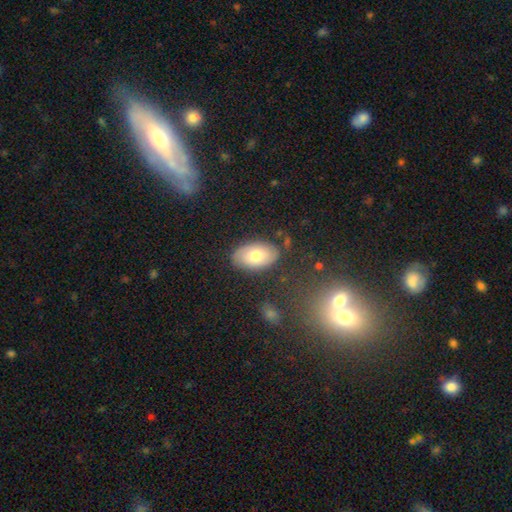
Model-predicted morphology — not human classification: type=smooth (69%); roundness=in between (92%); merging=none (81%).